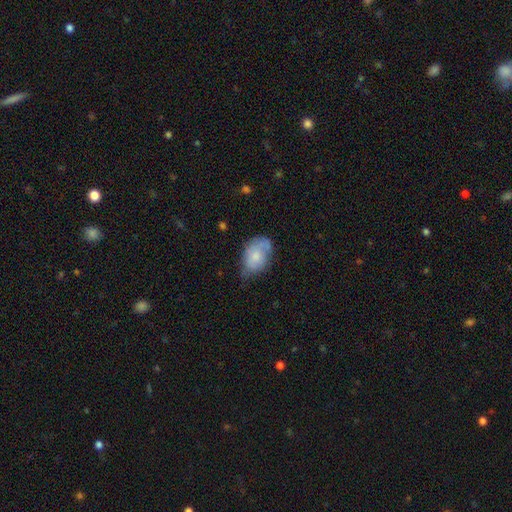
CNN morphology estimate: Smooth or featured? Predicted: smooth (p=0.70). How rounded? Predicted: in between (p=0.90). Merging? Predicted: none (p=0.46).